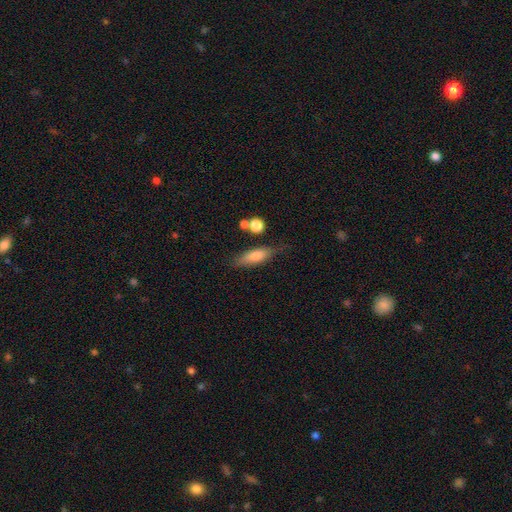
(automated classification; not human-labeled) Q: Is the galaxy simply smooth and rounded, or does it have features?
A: smooth — 70%.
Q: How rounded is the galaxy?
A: in between — 49%.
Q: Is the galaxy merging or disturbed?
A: none — 69%.